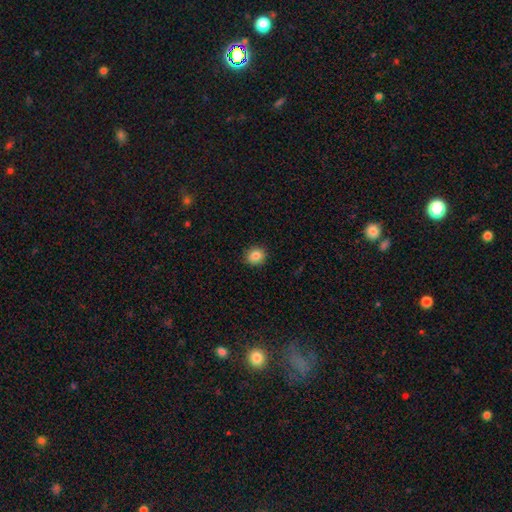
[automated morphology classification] Smooth or featured?
  - smooth: 85% *
  - star or artifact: 10%
  - featured or disk: 5%
How rounded?
  - round: 84% *
  - in between: 15%
  - cigar-shaped: 1%
Merging?
  - none: 91% *
  - minor disturbance: 6%
  - major disturbance: 2%
  - merger: 1%